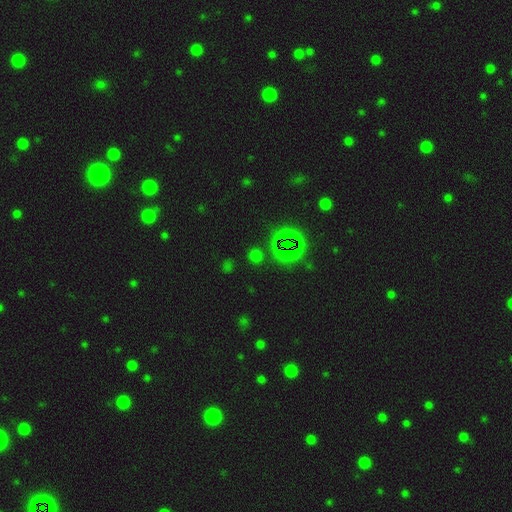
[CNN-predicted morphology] Smooth or featured? Predicted: star or artifact (p=0.51).